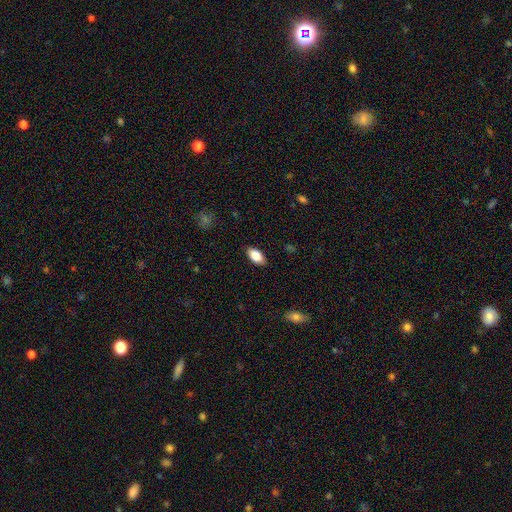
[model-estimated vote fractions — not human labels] The model was most divided on "smooth or featured": smooth: 84%, featured or disk: 9%, star or artifact: 7%. More confident: how rounded — in between (92%); merging — none (87%).